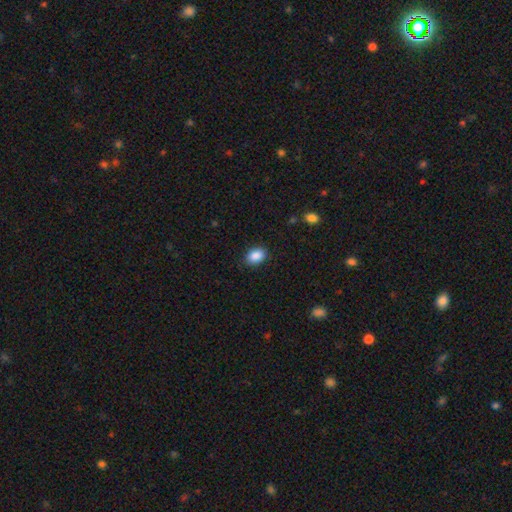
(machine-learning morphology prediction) This is clearly a smooth galaxy (89%). How rounded: likely in between (73%). Merging: clearly none (87%).